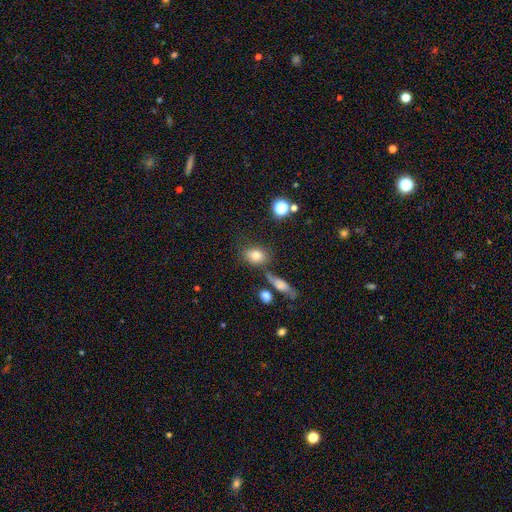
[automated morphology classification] A smooth galaxy with no disk features (78%) that is in between round and cigar-shaped (60%). Merging: none (68%).